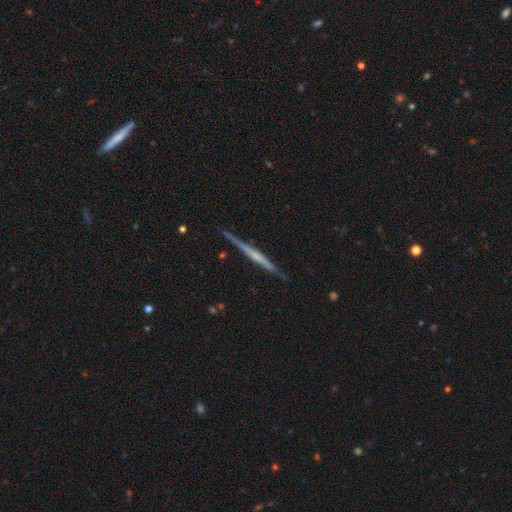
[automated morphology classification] Smooth or featured: featured or disk — 68% (smooth — 27%)
Edge-on disk: yes — 98% (no — 2%)
Edge-on bulge: none — 59% (rounded — 30%)
Merging: none — 86% (minor disturbance — 10%)